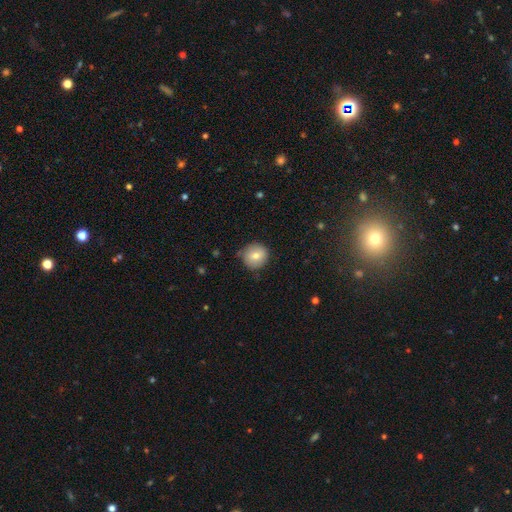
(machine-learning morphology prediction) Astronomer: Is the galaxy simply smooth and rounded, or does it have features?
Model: smooth — 78%.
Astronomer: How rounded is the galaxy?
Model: round — 91%.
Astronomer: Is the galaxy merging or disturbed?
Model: none — 78%.